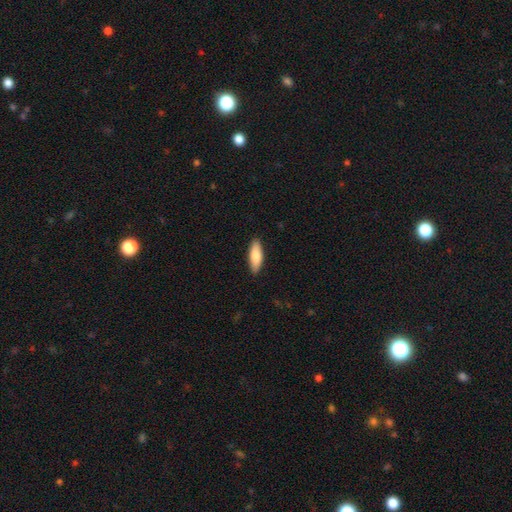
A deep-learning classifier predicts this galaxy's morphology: type=smooth (82%); roundness=in between (58%); merging=none (90%).